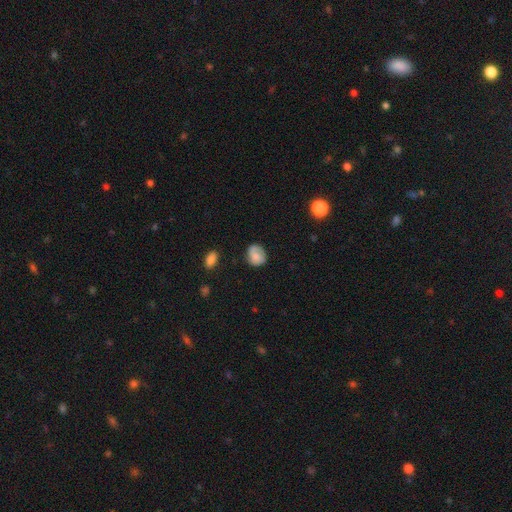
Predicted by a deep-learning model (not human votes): A smooth galaxy with no disk features (73%) that is round (65%).

Vote fractions:
- Smooth or featured? smooth: 73% / featured or disk: 19% / star or artifact: 8%
- How rounded? round: 65% / in between: 34% / cigar-shaped: 1%
- Merging? none: 68% / minor disturbance: 24% / major disturbance: 6% / merger: 2%